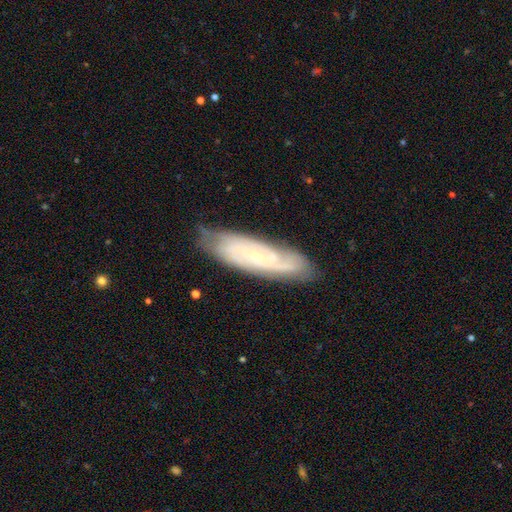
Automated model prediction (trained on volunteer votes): Smooth or featured?
  - featured or disk: 70% *
  - smooth: 23%
  - star or artifact: 7%
Edge-on disk?
  - no: 82% *
  - yes: 18%
Bar?
  - no: 71% *
  - weak: 24%
  - strong: 6%
Spiral arms?
  - yes: 90% *
  - no: 10%
Spiral winding?
  - tight: 64% *
  - medium: 28%
  - loose: 8%
Spiral arm count?
  - can't tell: 50% *
  - 2: 25%
  - 3: 11%
  - 4: 6%
  - 1: 4%
  - more than 4: 4%
Bulge size?
  - small: 81% *
  - moderate: 11%
  - none: 6%
  - large: 1%
  - dominant: 1%
Merging?
  - none: 75% *
  - minor disturbance: 19%
  - major disturbance: 4%
  - merger: 2%